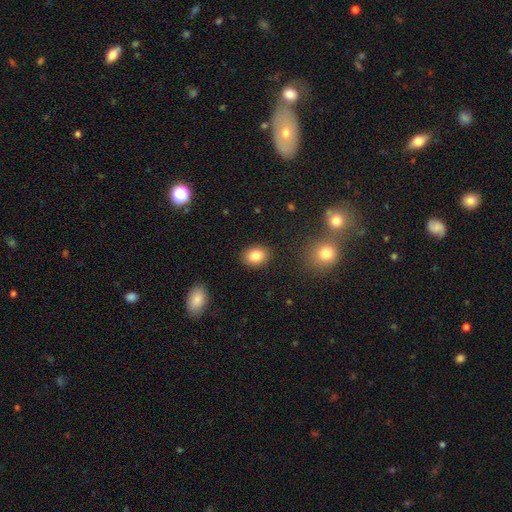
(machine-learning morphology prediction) A smooth galaxy with no disk features (84%) that is in between round and cigar-shaped (59%).

Vote fractions:
- Smooth or featured? smooth: 84% / star or artifact: 9% / featured or disk: 7%
- How rounded? in between: 59% / round: 40% / cigar-shaped: 1%
- Merging? none: 88% / minor disturbance: 8% / major disturbance: 2% / merger: 2%